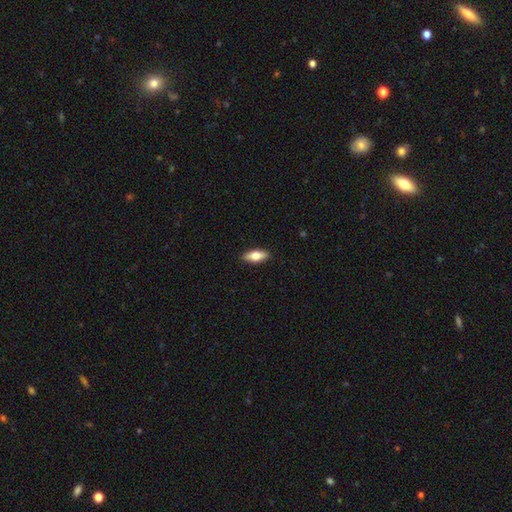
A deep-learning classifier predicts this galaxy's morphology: The model was most divided on "smooth or featured": smooth: 68%, featured or disk: 26%, star or artifact: 6%. More confident: merging — none (89%); how rounded — in between (72%).